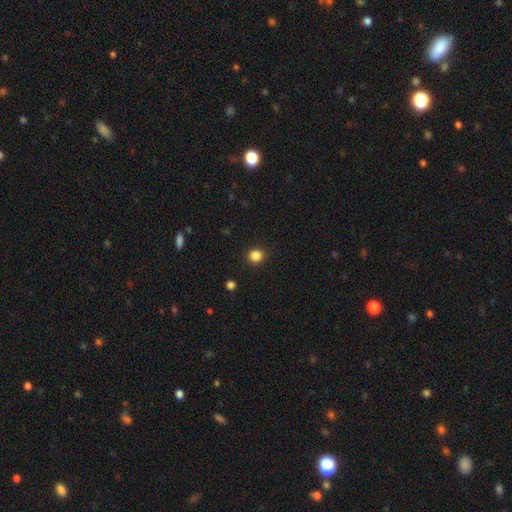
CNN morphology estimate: This appears to be a smooth galaxy with no disk features (85%) that is round (90%). Merging: none (92%).